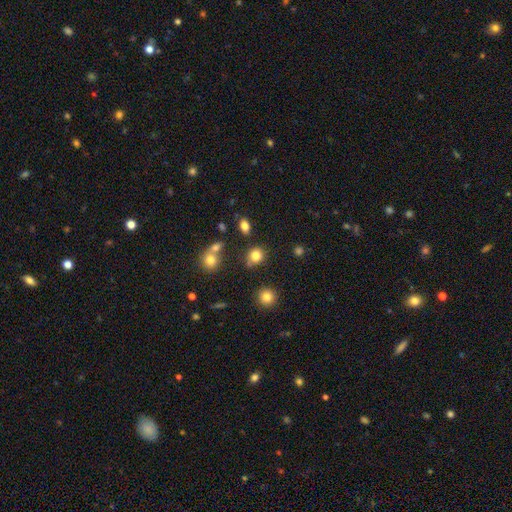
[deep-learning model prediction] smooth-or-featured: smooth: 80% | star or artifact: 13% | featured or disk: 6%
  how-rounded: round: 82% | in between: 16% | cigar-shaped: 1%
  merging: none: 77% | minor disturbance: 11% | merger: 8% | major disturbance: 4%